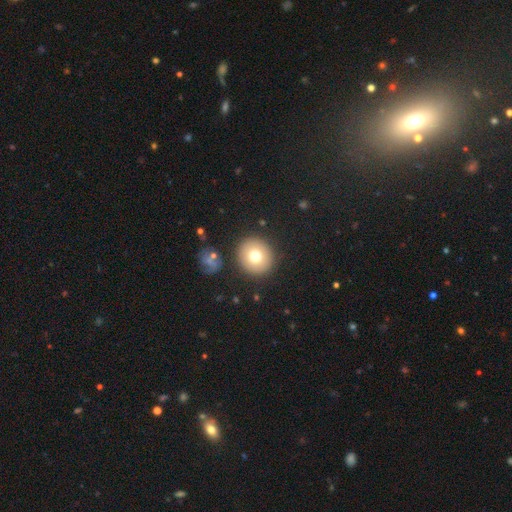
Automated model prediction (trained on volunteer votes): Smooth or featured: smooth — 70% (star or artifact — 16%)
How rounded: round — 91% (in between — 8%)
Merging: none — 89% (minor disturbance — 6%)